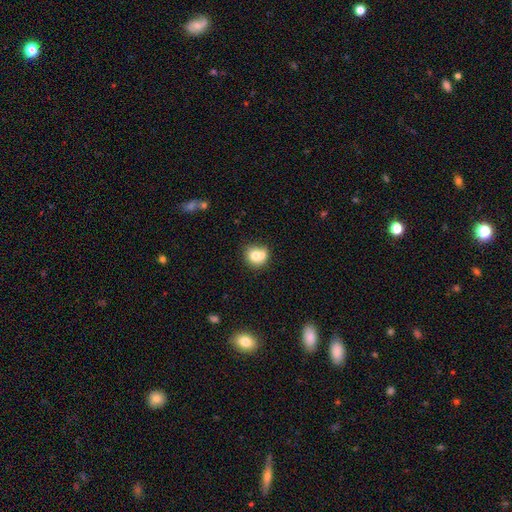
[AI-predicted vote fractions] Smooth or featured?
  - smooth: 72% *
  - featured or disk: 19%
  - star or artifact: 10%
How rounded?
  - round: 79% *
  - in between: 20%
  - cigar-shaped: 1%
Merging?
  - merger: 47% *
  - none: 39%
  - minor disturbance: 10%
  - major disturbance: 4%